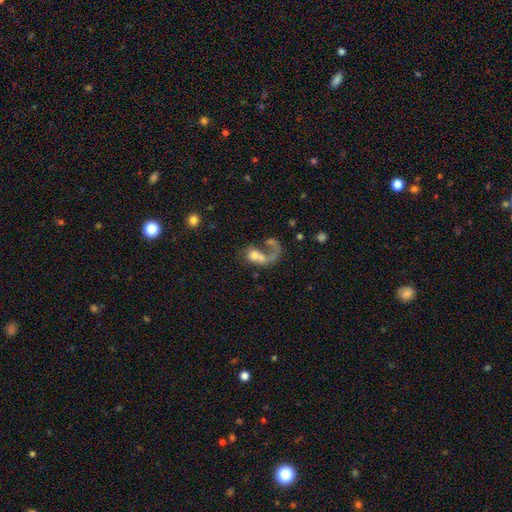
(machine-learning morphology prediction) A featured or disk galaxy (48%).

Vote fractions:
- Smooth or featured? featured or disk: 48% / smooth: 39% / star or artifact: 12%
- Merging? merger: 47% / major disturbance: 28% / none: 17% / minor disturbance: 8%